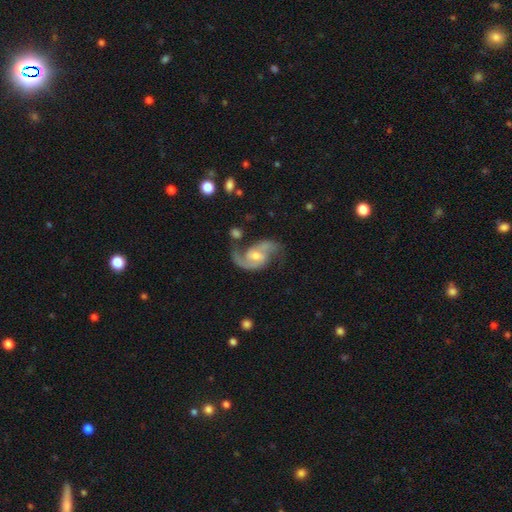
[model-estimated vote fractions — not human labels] A featured or disk galaxy (90%) with a weak bar (47%), 2 (91%) medium (51%) spiral arms (97%) and a moderate central bulge (59%). Merging: none (64%).